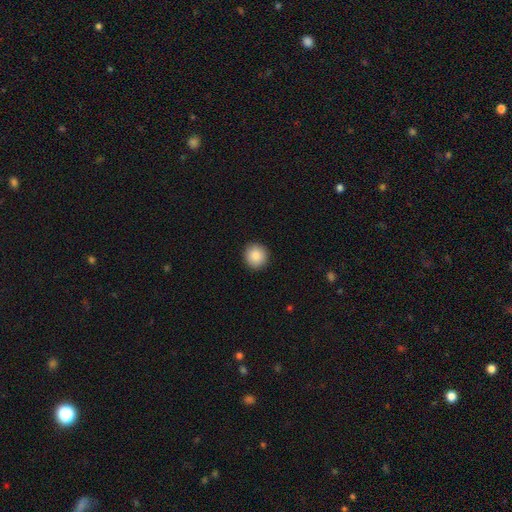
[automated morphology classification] Smooth or featured: smooth — 88% (star or artifact — 8%)
How rounded: round — 91% (in between — 8%)
Merging: none — 92% (minor disturbance — 6%)